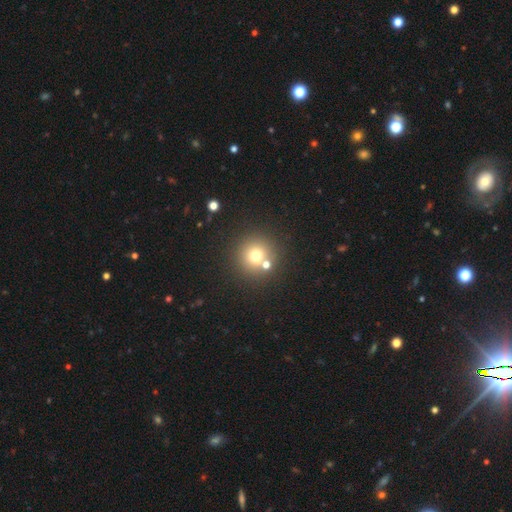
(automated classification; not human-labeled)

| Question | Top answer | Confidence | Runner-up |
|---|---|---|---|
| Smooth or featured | smooth | 69% | star or artifact (17%) |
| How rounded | round | 94% | in between (5%) |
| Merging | none | 69% | merger (20%) |